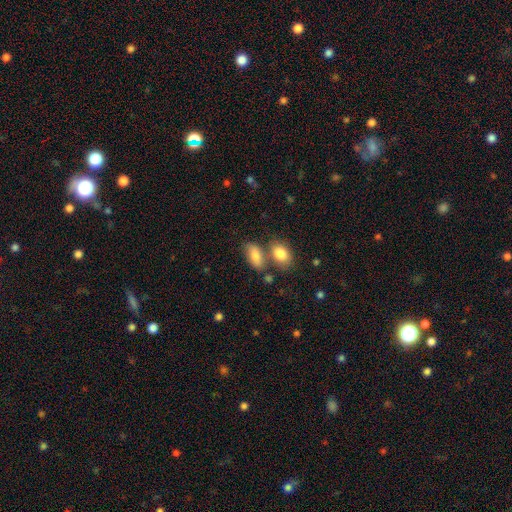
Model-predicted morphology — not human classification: This appears to be a smooth galaxy with no disk features (80%) that is in between round and cigar-shaped (87%). Merging: none (52%).